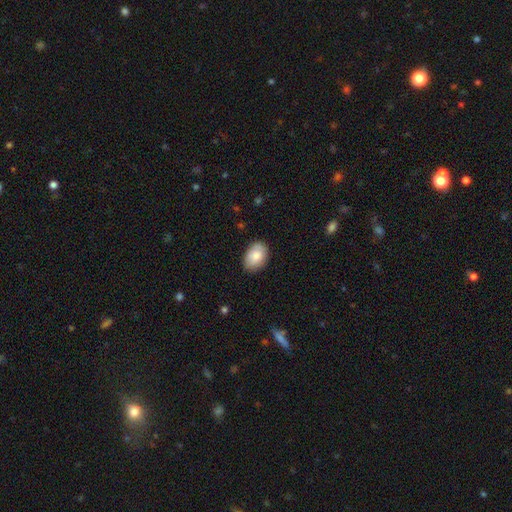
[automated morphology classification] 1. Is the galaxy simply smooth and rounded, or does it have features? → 83% smooth, 10% featured or disk, 7% star or artifact.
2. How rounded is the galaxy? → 86% in between, 13% round, 1% cigar-shaped.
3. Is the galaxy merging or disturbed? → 83% none, 14% minor disturbance, 2% major disturbance, 1% merger.